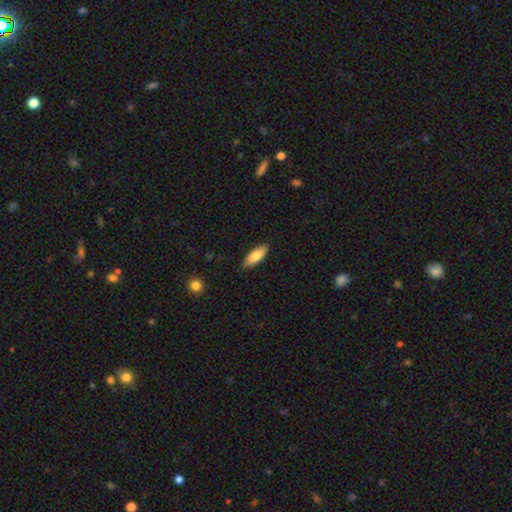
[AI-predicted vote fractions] Morphology: type=smooth (77%); roundness=in between (73%); merging=none (88%).